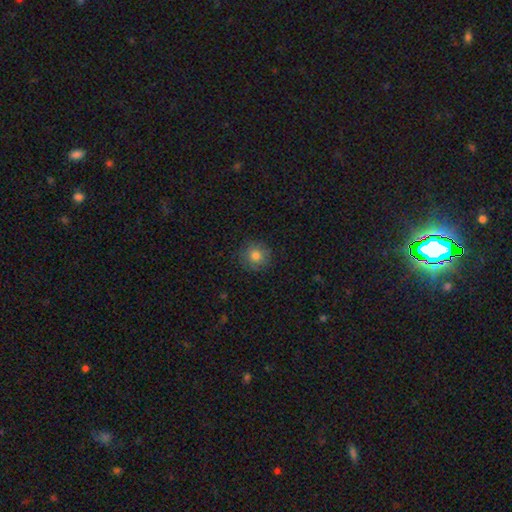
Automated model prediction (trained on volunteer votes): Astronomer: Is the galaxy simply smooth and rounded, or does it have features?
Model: smooth — 79%.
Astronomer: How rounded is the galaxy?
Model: round — 93%.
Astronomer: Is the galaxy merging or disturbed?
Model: none — 87%.